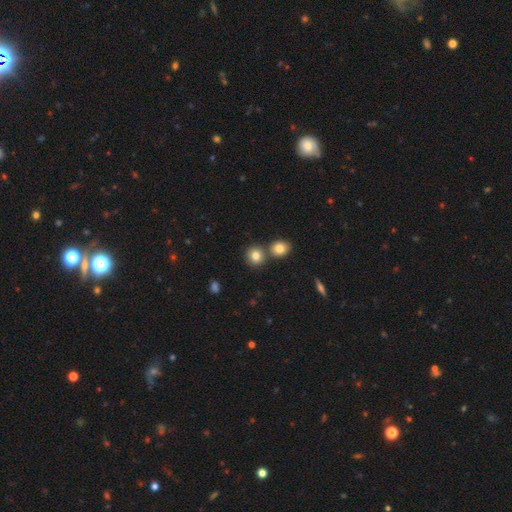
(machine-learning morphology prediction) The model was most divided on "merging": none: 64%, merger: 26%, minor disturbance: 8%, major disturbance: 2%. More confident: how rounded — round (84%); smooth or featured — smooth (81%).